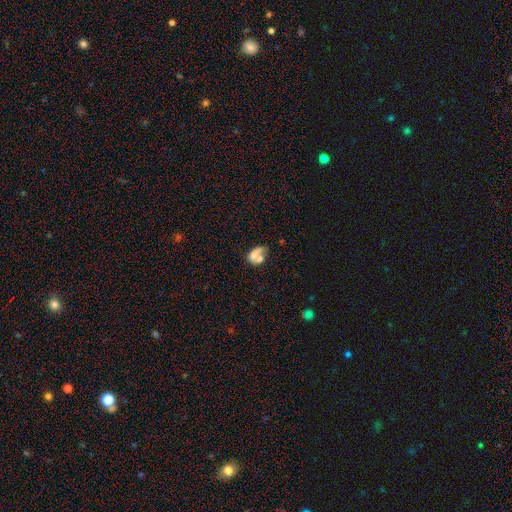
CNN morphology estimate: Smooth or featured? smooth (58%)
How rounded? in between (76%)
Merging? merger (47%)